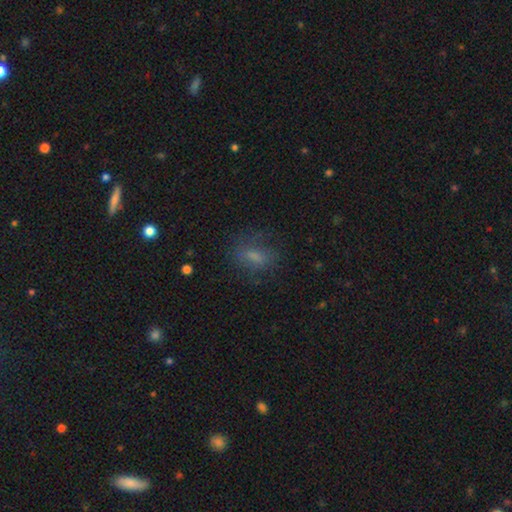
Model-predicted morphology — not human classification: This appears to be a smooth galaxy with no disk features (61%) that is in between round and cigar-shaped (70%). Merging: none (68%).